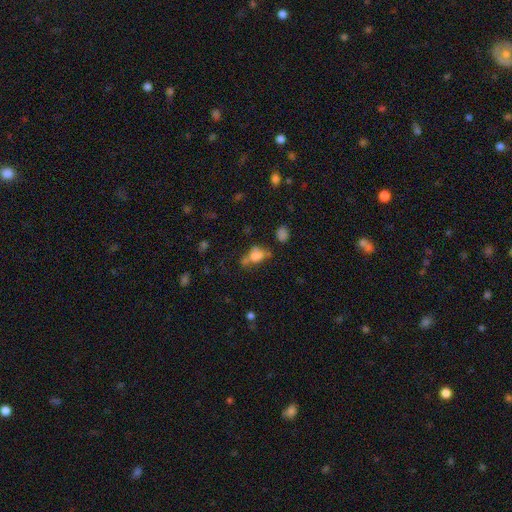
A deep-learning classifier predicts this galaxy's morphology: This appears to be a smooth galaxy with no disk features (63%) that is in between round and cigar-shaped (73%). Merging: none (34%).